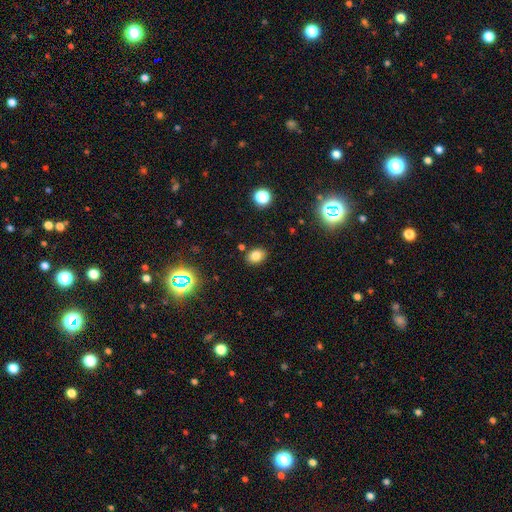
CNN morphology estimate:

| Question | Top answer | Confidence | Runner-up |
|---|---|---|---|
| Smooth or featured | smooth | 78% | star or artifact (14%) |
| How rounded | in between | 63% | round (36%) |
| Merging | none | 84% | minor disturbance (10%) |